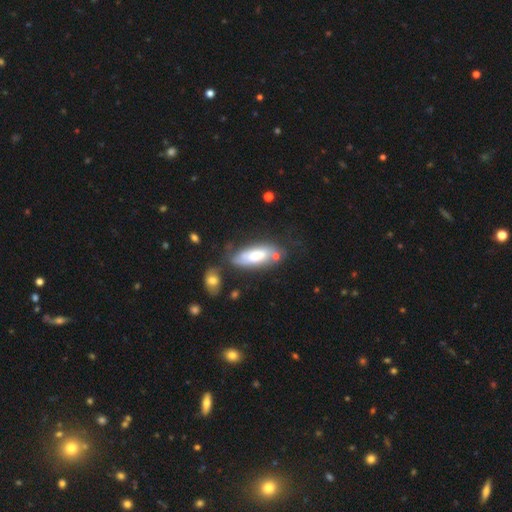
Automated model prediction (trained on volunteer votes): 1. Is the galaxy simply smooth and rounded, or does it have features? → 58% smooth, 36% featured or disk, 7% star or artifact.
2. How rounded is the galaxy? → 74% in between, 24% cigar-shaped, 2% round.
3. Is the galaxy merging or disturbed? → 48% none, 25% minor disturbance, 14% merger, 13% major disturbance.